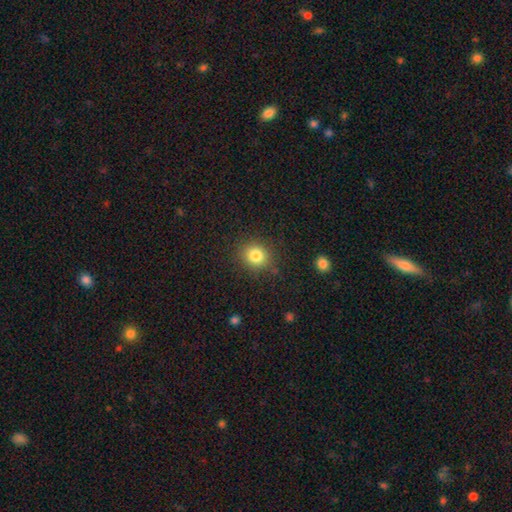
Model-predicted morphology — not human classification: Smooth or featured? smooth (82%)
How rounded? round (79%)
Merging? none (86%)